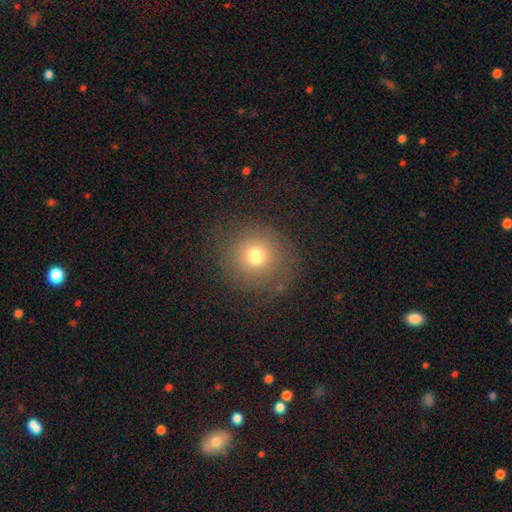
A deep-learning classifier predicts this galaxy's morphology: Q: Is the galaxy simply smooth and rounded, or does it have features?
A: smooth — 72%.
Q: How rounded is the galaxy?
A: round — 92%.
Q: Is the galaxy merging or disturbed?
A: none — 81%.